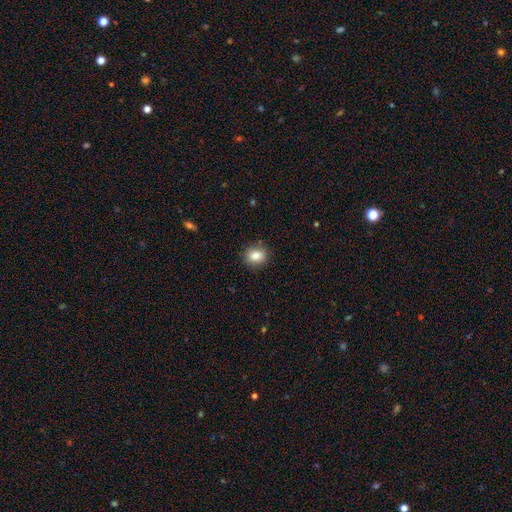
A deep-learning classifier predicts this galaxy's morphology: A smooth galaxy with no disk features (84%) that is round (62%).

Vote fractions:
- Smooth or featured? smooth: 84% / star or artifact: 10% / featured or disk: 7%
- How rounded? round: 62% / in between: 37% / cigar-shaped: 1%
- Merging? none: 87% / minor disturbance: 9% / major disturbance: 2% / merger: 1%